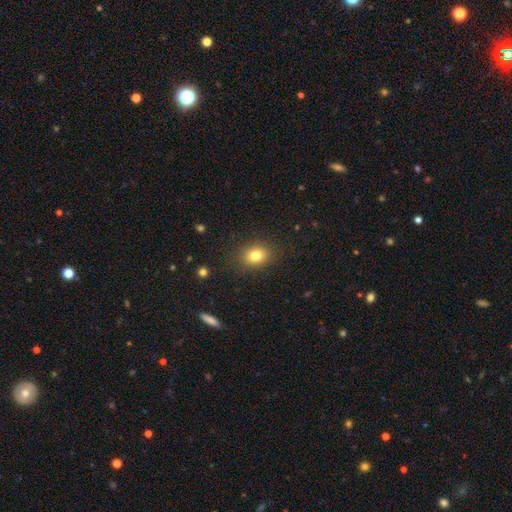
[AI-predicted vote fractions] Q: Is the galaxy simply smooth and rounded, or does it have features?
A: smooth — 80%.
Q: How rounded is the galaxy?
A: in between — 54%.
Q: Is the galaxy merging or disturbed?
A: none — 86%.